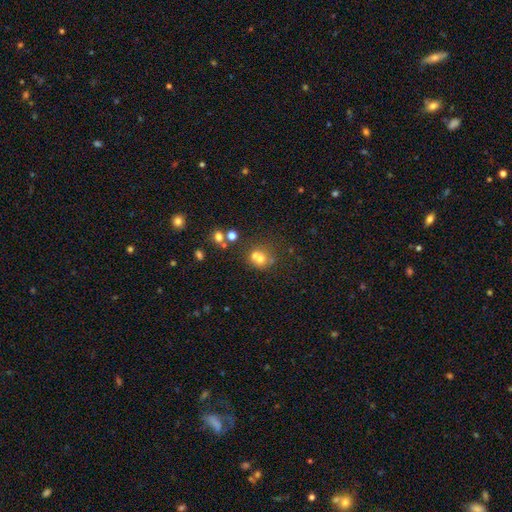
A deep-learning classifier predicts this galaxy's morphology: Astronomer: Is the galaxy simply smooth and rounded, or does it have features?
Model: smooth — 59%.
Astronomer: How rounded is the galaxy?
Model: round — 78%.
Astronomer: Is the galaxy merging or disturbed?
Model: merger — 44% (runner-up: none, 43%).